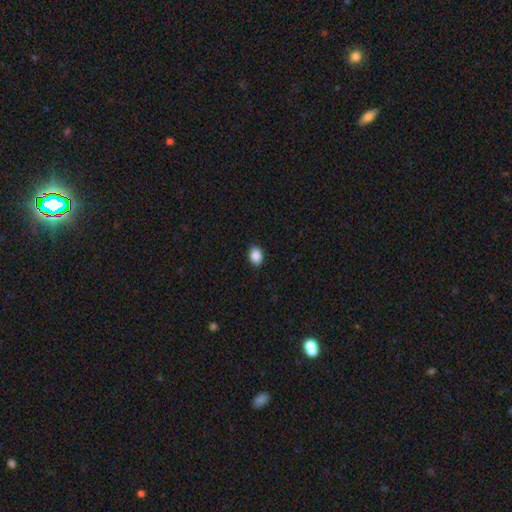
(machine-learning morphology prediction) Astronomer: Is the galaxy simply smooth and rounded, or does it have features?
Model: smooth — 89%.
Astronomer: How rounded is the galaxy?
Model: in between — 70%.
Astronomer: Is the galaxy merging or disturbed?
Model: none — 88%.